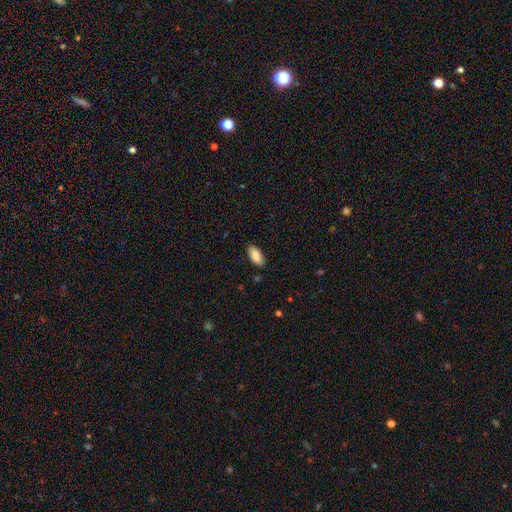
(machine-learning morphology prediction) smooth 87%, featured or disk 7%, star or artifact 6%. Down the decision tree: how rounded — in between (90%); merging — none (88%).